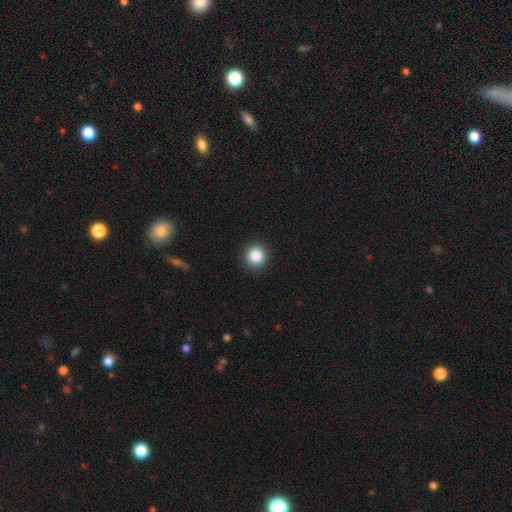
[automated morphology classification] A smooth galaxy with no disk features (87%) that is round (93%).

Vote fractions:
- Smooth or featured? smooth: 87% / star or artifact: 10% / featured or disk: 3%
- How rounded? round: 93% / in between: 6% / cigar-shaped: 1%
- Merging? none: 92% / minor disturbance: 6% / major disturbance: 2% / merger: 1%